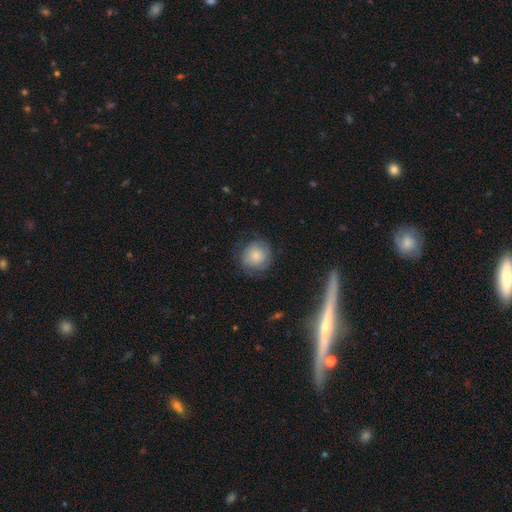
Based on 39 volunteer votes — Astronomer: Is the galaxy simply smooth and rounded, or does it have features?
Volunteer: smooth — 72%.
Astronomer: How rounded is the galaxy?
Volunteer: round — 93%.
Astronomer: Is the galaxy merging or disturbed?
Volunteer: none — 73%.